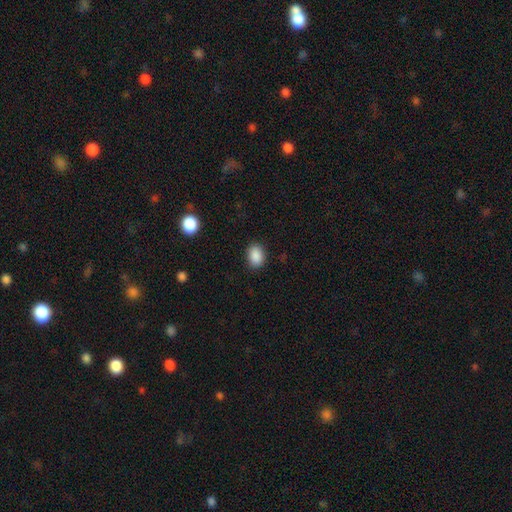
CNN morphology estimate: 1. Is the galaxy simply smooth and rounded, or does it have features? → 89% smooth, 8% star or artifact, 3% featured or disk.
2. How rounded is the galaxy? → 77% in between, 21% round, 1% cigar-shaped.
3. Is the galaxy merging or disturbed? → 88% none, 9% minor disturbance, 3% major disturbance, 1% merger.